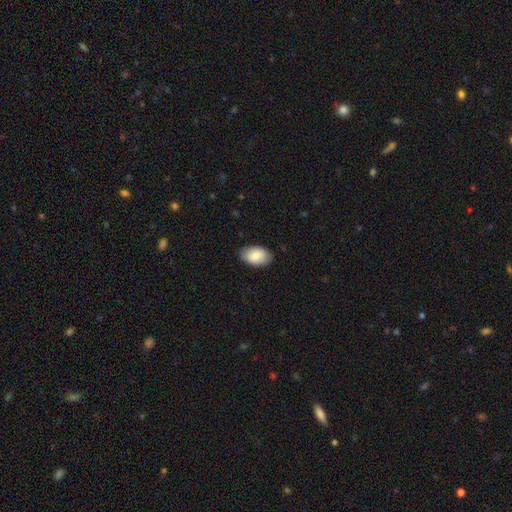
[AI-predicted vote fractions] Overall: smooth (85%). How rounded: in between (93%). Merging: none (85%).